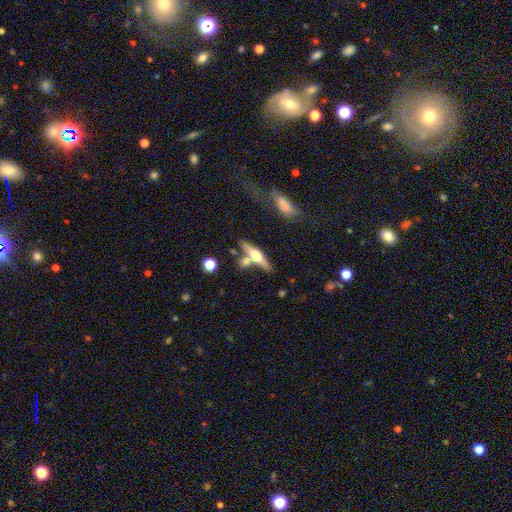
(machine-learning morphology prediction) Smooth or featured? featured or disk (50%)
Merging? none (56%)